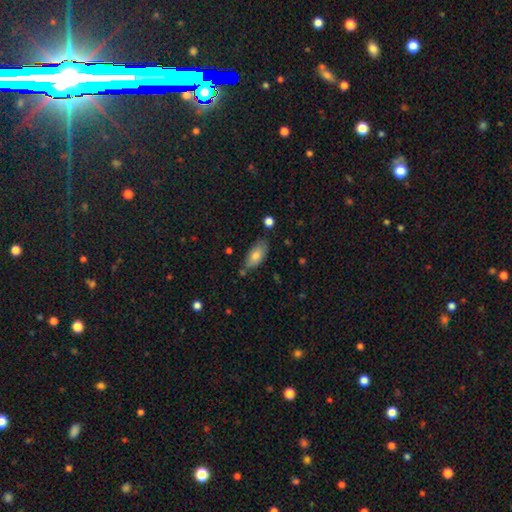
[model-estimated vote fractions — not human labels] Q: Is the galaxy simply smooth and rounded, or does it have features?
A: smooth — 77%.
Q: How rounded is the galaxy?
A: in between — 88%.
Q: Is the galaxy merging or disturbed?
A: none — 70%.